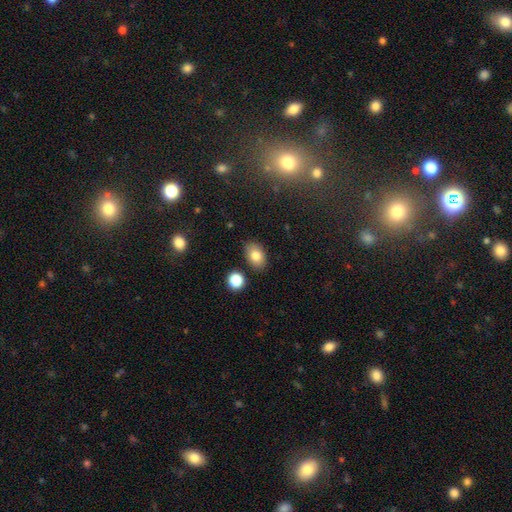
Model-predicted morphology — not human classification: smooth_or_featured: smooth (p=0.81) [alt: featured or disk p=0.10]
how_rounded: in between (p=0.83) [alt: round p=0.16]
merging: none (p=0.83) [alt: minor disturbance p=0.11]